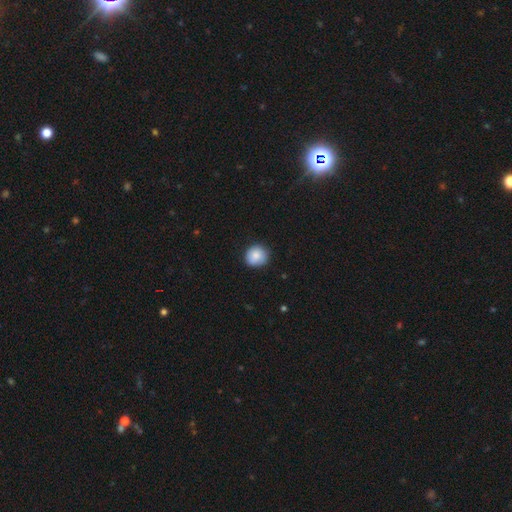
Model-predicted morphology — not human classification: This is clearly a smooth galaxy (86%). How rounded: clearly round (90%). Merging: clearly none (83%).